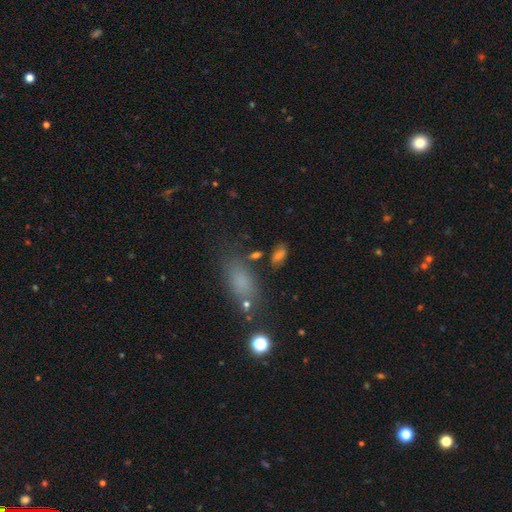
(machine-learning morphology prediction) Smooth or featured: smooth — 73% (star or artifact — 17%)
How rounded: in between — 79% (cigar-shaped — 12%)
Merging: none — 68% (minor disturbance — 18%)